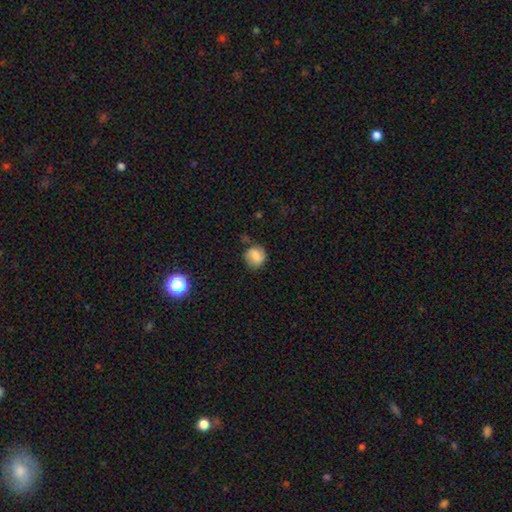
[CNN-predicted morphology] smooth_or_featured: smooth (p=0.69) [alt: featured or disk p=0.21]
how_rounded: round (p=0.78) [alt: in between p=0.20]
merging: none (p=0.70) [alt: minor disturbance p=0.21]